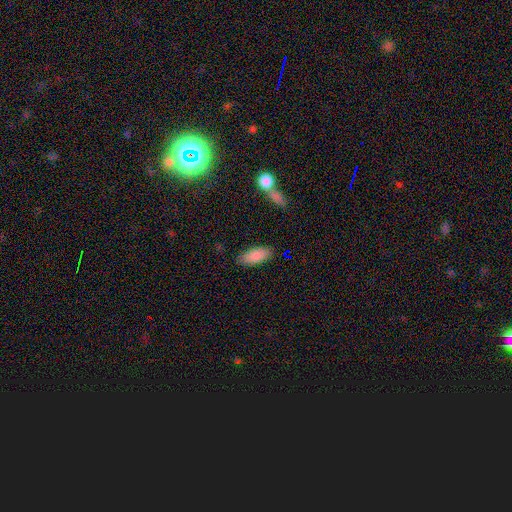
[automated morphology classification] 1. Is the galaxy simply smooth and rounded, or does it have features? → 88% smooth, 6% star or artifact, 6% featured or disk.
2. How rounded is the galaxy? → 83% in between, 15% cigar-shaped, 2% round.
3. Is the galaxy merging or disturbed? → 84% none, 11% minor disturbance, 3% major disturbance, 2% merger.